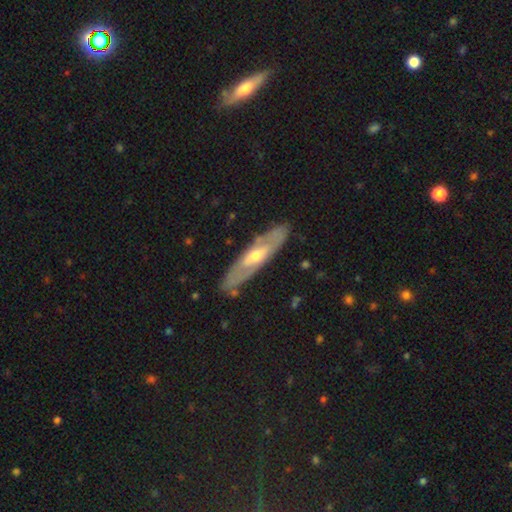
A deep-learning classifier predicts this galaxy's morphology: type=featured or disk (66%); edge-on=no (58%); merging=none (84%).